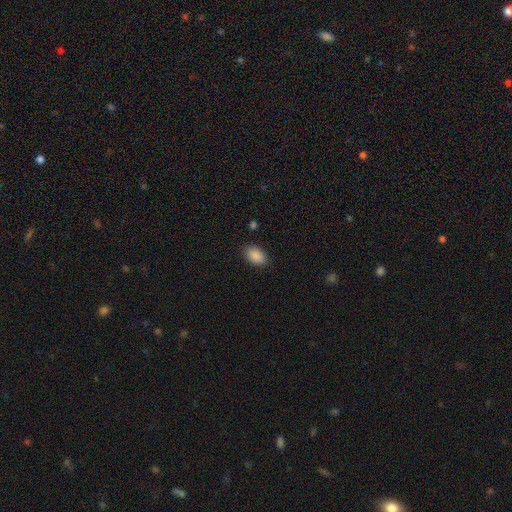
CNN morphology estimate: Overall: smooth (89%). How rounded: in between (89%). Merging: none (85%).